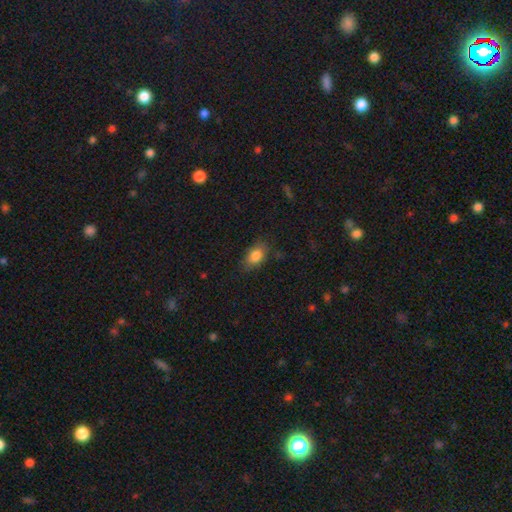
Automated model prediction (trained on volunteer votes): Smooth or featured? smooth (83%)
How rounded? in between (84%)
Merging? none (77%)